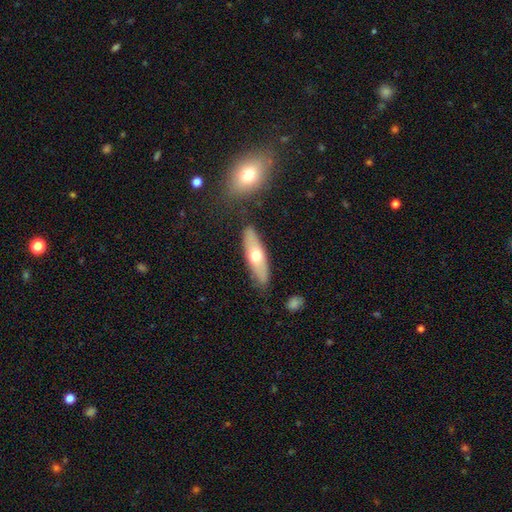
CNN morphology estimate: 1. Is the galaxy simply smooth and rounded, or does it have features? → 53% smooth, 41% featured or disk, 6% star or artifact.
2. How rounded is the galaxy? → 57% cigar-shaped, 40% in between, 3% round.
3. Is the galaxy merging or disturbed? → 84% none, 11% minor disturbance, 2% major disturbance, 2% merger.